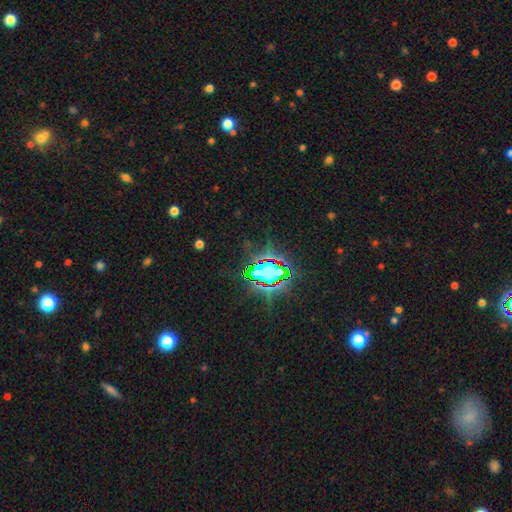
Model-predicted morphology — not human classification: A star or artifact, not a galaxy (85%).